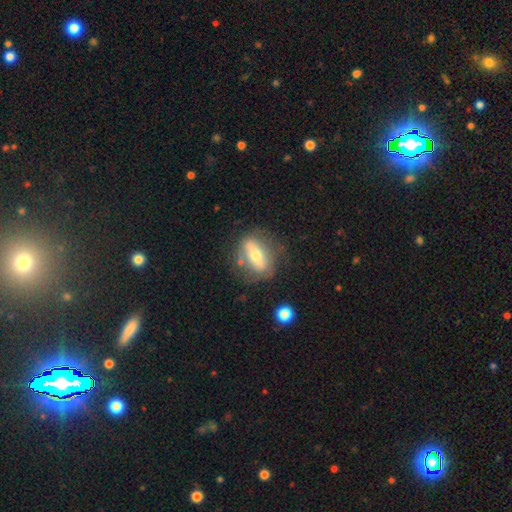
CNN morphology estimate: A featured or disk galaxy (51%).

Vote fractions:
- Smooth or featured? featured or disk: 51% / smooth: 42% / star or artifact: 7%
- Edge-on disk? no: 66% / yes: 34%
- Merging? none: 67% / minor disturbance: 19% / major disturbance: 10% / merger: 5%